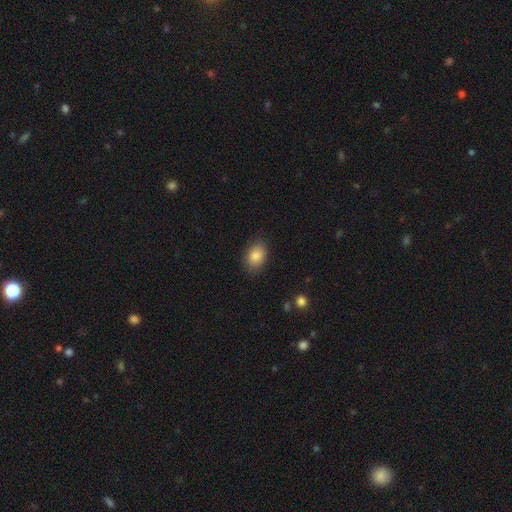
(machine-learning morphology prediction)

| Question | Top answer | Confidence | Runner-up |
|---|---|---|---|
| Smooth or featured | smooth | 84% | star or artifact (8%) |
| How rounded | in between | 78% | round (21%) |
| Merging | none | 84% | minor disturbance (12%) |